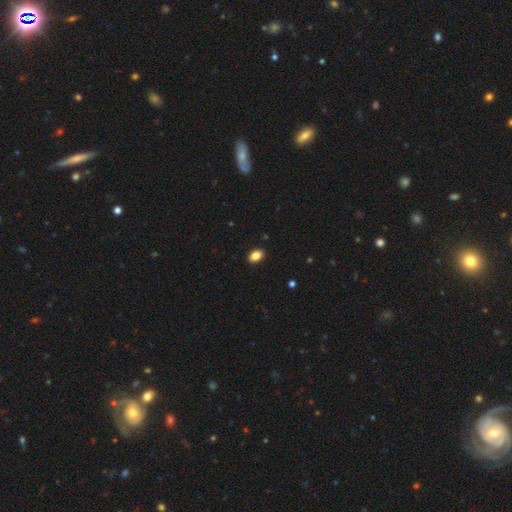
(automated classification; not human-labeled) Smooth or featured?
  - smooth: 87% *
  - star or artifact: 9%
  - featured or disk: 5%
How rounded?
  - in between: 82% *
  - round: 17%
  - cigar-shaped: 1%
Merging?
  - none: 90% *
  - minor disturbance: 7%
  - major disturbance: 2%
  - merger: 1%